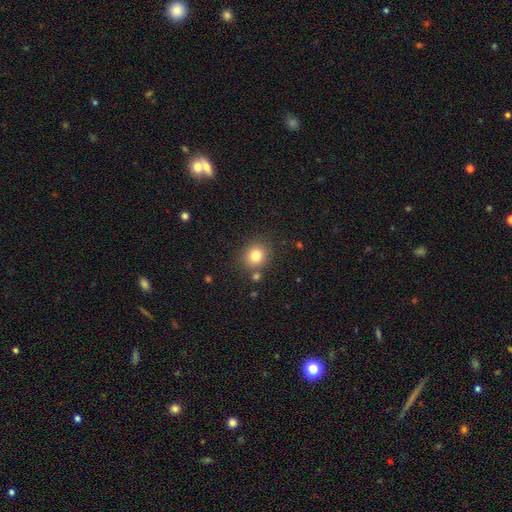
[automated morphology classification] smooth 79%, star or artifact 13%, featured or disk 8%. Down the decision tree: how rounded — round (80%); merging — none (80%).